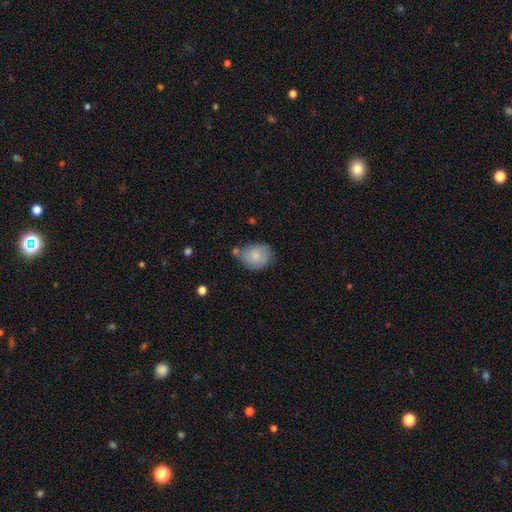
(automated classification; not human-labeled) This appears to be a smooth galaxy with no disk features (79%) that is in between round and cigar-shaped (50%). Merging: none (56%).